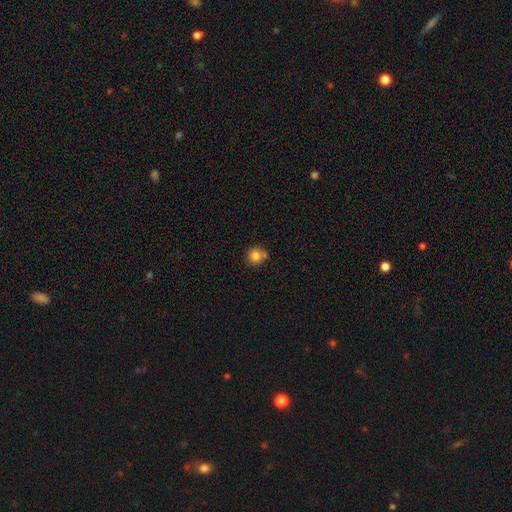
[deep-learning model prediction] Q: Smooth or featured?
A: smooth (82%); runner-up: star or artifact (10%)
Q: How rounded?
A: round (87%); runner-up: in between (12%)
Q: Merging?
A: none (63%); runner-up: minor disturbance (17%)